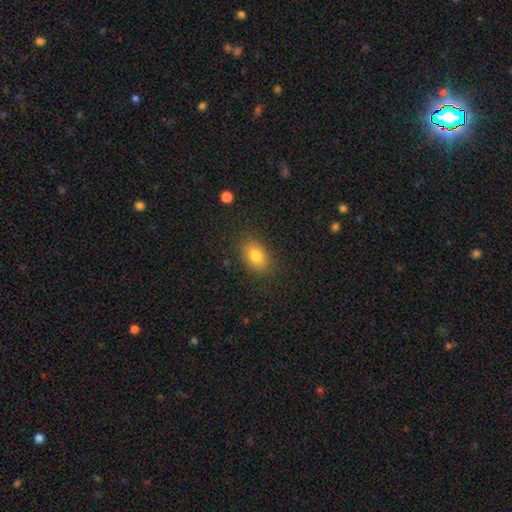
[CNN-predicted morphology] smooth_or_featured: smooth (p=0.81) [alt: star or artifact p=0.10]
how_rounded: in between (p=0.80) [alt: round p=0.19]
merging: none (p=0.86) [alt: minor disturbance p=0.10]